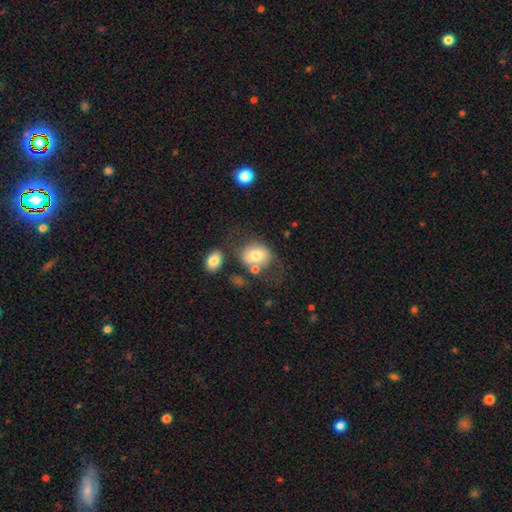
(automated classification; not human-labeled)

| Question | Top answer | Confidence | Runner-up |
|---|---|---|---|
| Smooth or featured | smooth | 70% | featured or disk (21%) |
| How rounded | round | 57% | in between (42%) |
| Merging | none | 53% | minor disturbance (19%) |